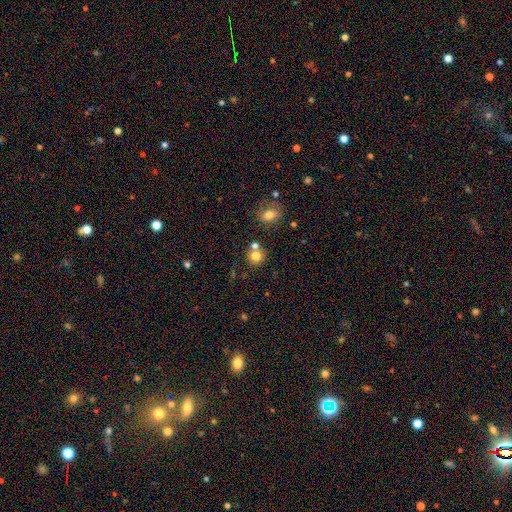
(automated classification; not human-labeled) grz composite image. It shows a smooth galaxy with no disk features (78%) that is round (87%). Merging: none (62%).